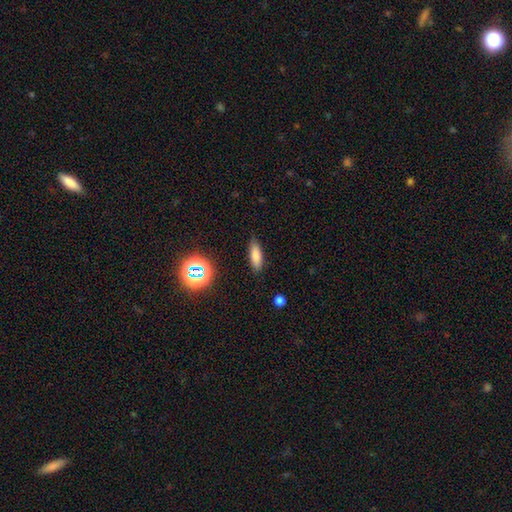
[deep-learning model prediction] smooth-or-featured: smooth: 79% | star or artifact: 12% | featured or disk: 9%
  how-rounded: in between: 59% | cigar-shaped: 38% | round: 3%
  merging: none: 86% | minor disturbance: 10% | major disturbance: 3% | merger: 1%